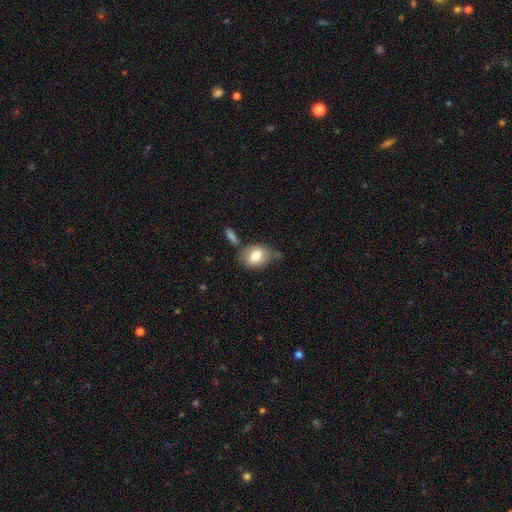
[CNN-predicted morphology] smooth-or-featured: smooth: 76% | featured or disk: 17% | star or artifact: 7%
  how-rounded: in between: 69% | round: 30% | cigar-shaped: 1%
  merging: none: 57% | minor disturbance: 23% | merger: 12% | major disturbance: 7%